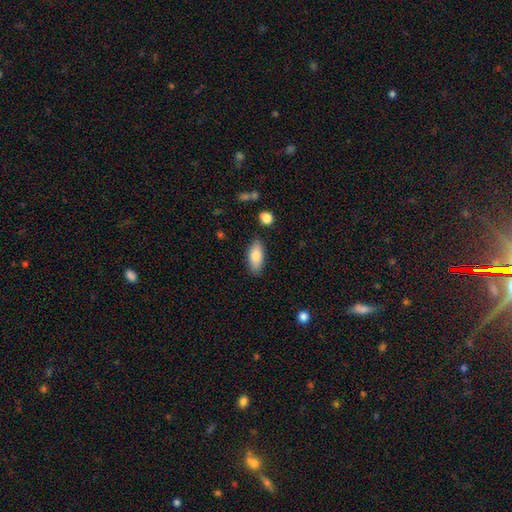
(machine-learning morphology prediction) Smooth or featured?
  - smooth: 80% *
  - featured or disk: 14%
  - star or artifact: 6%
How rounded?
  - in between: 85% *
  - cigar-shaped: 12%
  - round: 3%
Merging?
  - none: 84% *
  - minor disturbance: 11%
  - merger: 2%
  - major disturbance: 2%